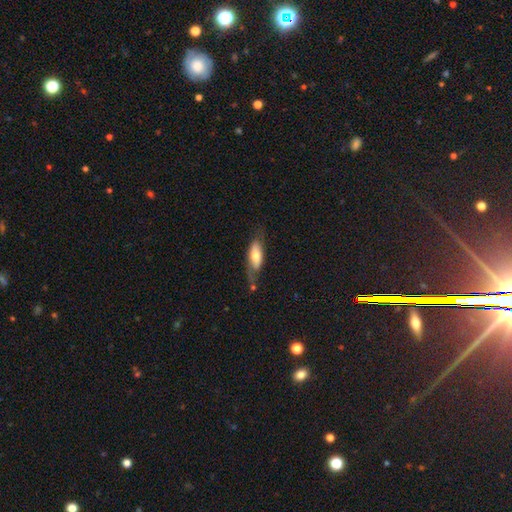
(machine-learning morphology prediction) Smooth or featured: smooth — 59% (featured or disk — 35%)
How rounded: in between — 69% (cigar-shaped — 29%)
Merging: none — 53% (minor disturbance — 28%)